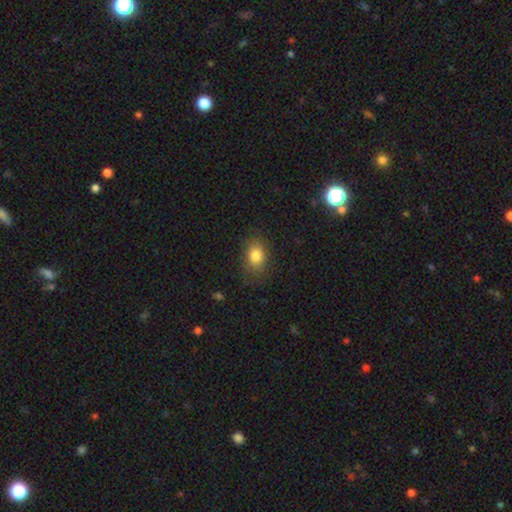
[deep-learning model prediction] Morphology: type=smooth (83%); roundness=in between (70%); merging=none (78%).